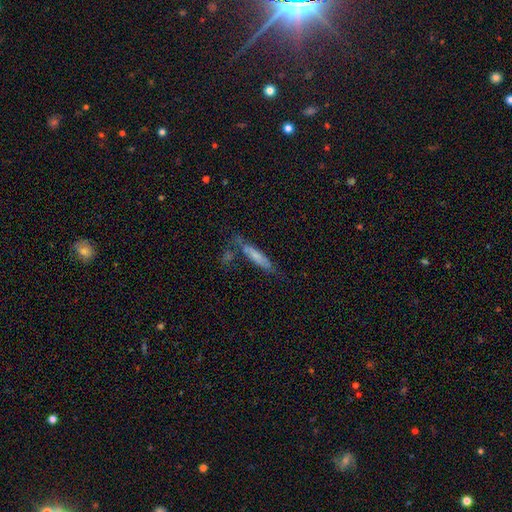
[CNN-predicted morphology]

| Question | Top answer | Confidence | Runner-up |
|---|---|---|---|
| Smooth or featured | smooth | 59% | featured or disk (33%) |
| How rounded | cigar-shaped | 83% | in between (15%) |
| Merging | none | 54% | minor disturbance (21%) |